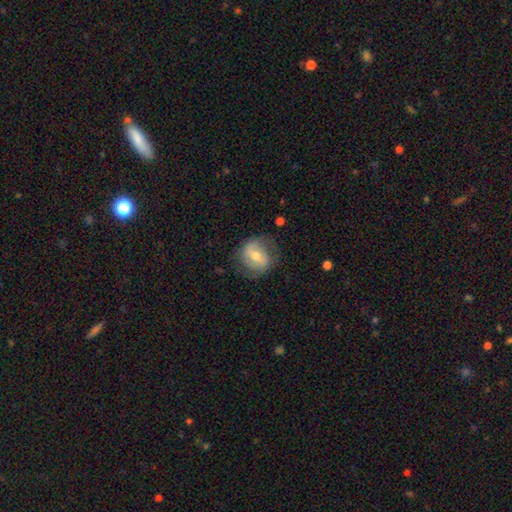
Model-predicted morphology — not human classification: smooth_or_featured: featured or disk (p=0.50) [alt: smooth p=0.43]
merging: none (p=0.67) [alt: minor disturbance p=0.21]